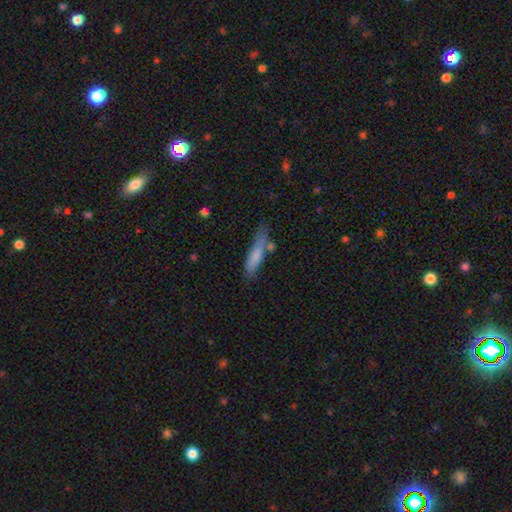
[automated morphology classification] This appears to be a smooth galaxy with no disk features (77%) that is cigar-shaped (78%). Merging: none (58%).